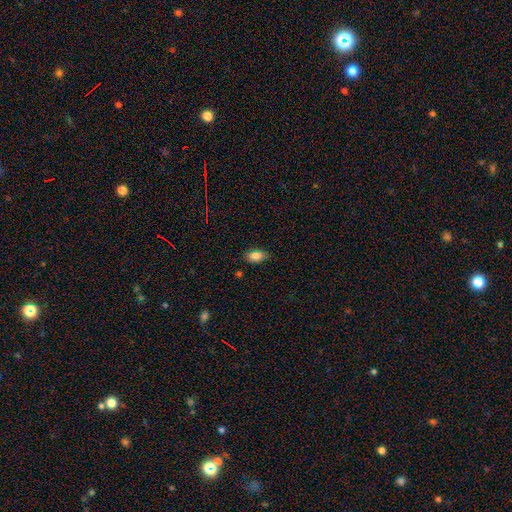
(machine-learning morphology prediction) smooth-or-featured: smooth: 84% | star or artifact: 9% | featured or disk: 7%
  how-rounded: in between: 88% | round: 8% | cigar-shaped: 4%
  merging: none: 82% | minor disturbance: 14% | major disturbance: 3% | merger: 1%